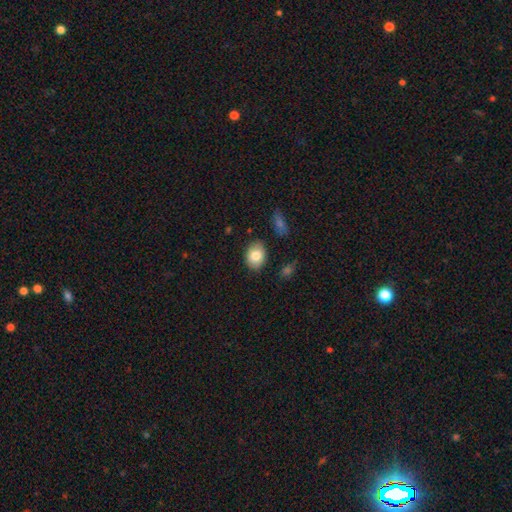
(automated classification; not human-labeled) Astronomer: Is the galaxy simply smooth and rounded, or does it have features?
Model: smooth — 82%.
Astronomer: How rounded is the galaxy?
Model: in between — 69%.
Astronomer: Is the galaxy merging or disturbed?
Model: none — 85%.